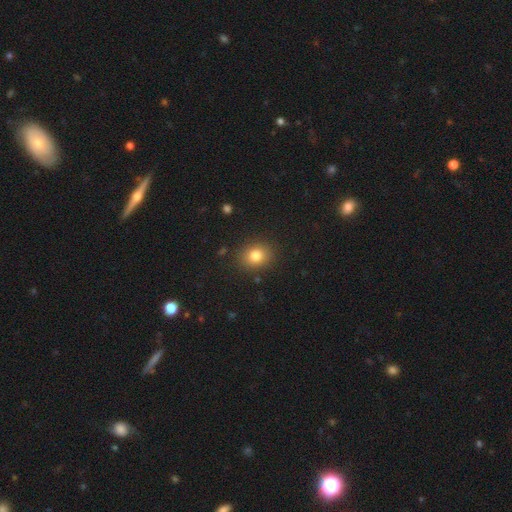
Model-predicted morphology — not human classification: Smooth or featured: smooth — 80% (star or artifact — 12%)
How rounded: round — 62% (in between — 37%)
Merging: none — 87% (minor disturbance — 9%)